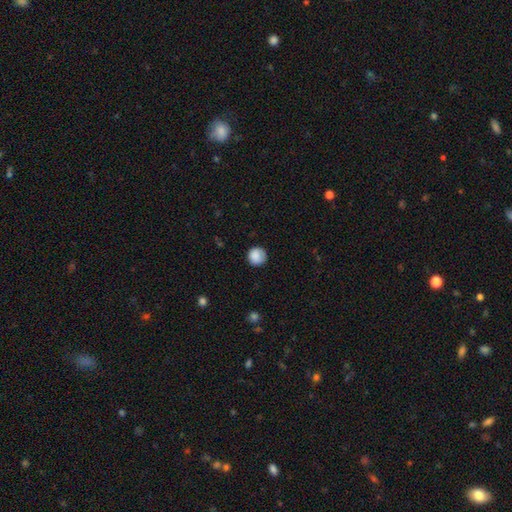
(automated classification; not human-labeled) The model was most divided on "merging": none: 81%, minor disturbance: 14%, major disturbance: 4%, merger: 1%. More confident: how rounded — round (92%); smooth or featured — smooth (86%).